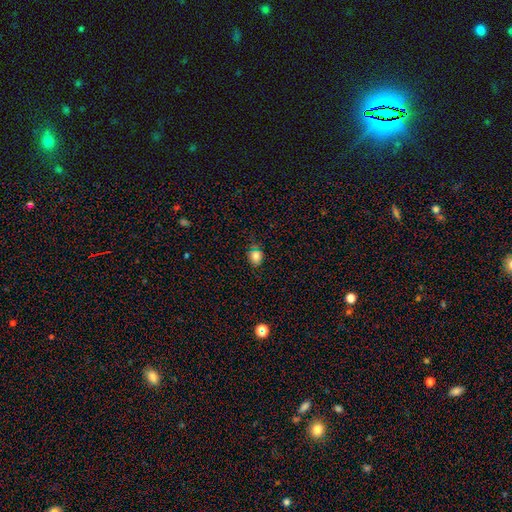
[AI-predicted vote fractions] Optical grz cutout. It shows a smooth galaxy with no disk features (78%) that is round (55%). Merging: none (79%).